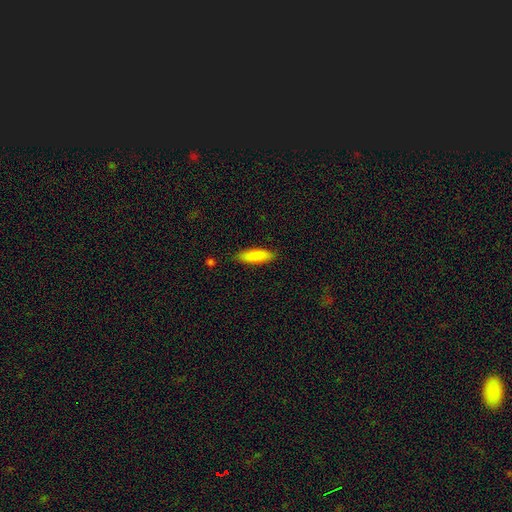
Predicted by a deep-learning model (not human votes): The model was most divided on "how rounded": cigar-shaped: 52%, in between: 47%, round: 2%. More confident: smooth or featured — smooth (88%); merging — none (87%).